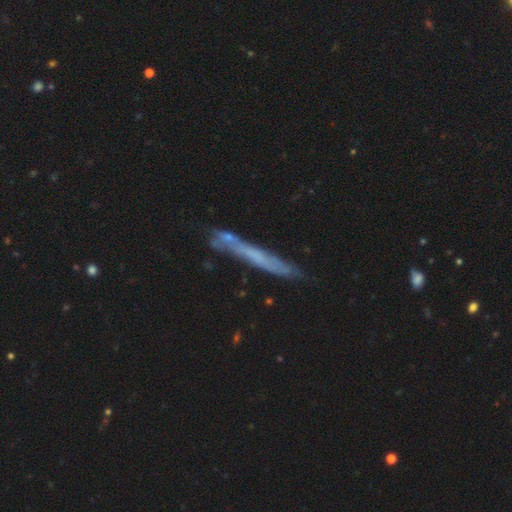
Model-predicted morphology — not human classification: Overall: featured or disk (53%; smooth 37%). Edge-on disk: yes (82%). Merging: none (71%).